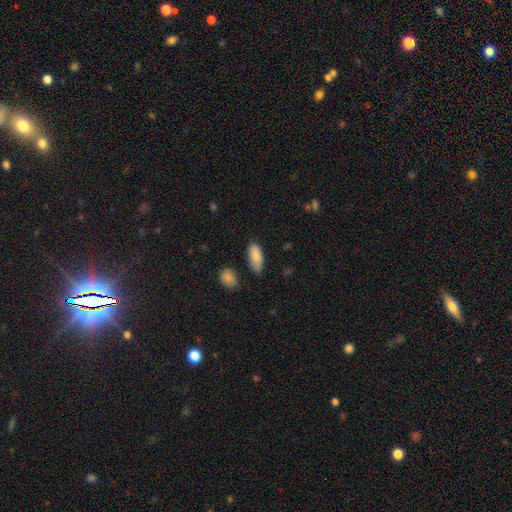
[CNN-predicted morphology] type=smooth (84%); roundness=in between (87%); merging=none (69%).